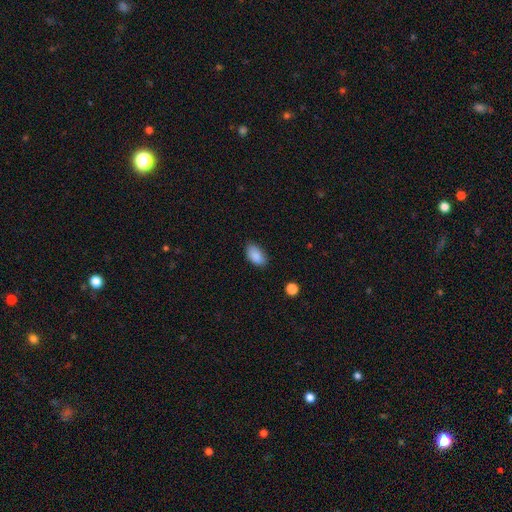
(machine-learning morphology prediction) Smooth or featured?
  - smooth: 88% *
  - star or artifact: 7%
  - featured or disk: 5%
How rounded?
  - in between: 94% *
  - round: 5%
  - cigar-shaped: 2%
Merging?
  - none: 81% *
  - minor disturbance: 15%
  - major disturbance: 3%
  - merger: 1%